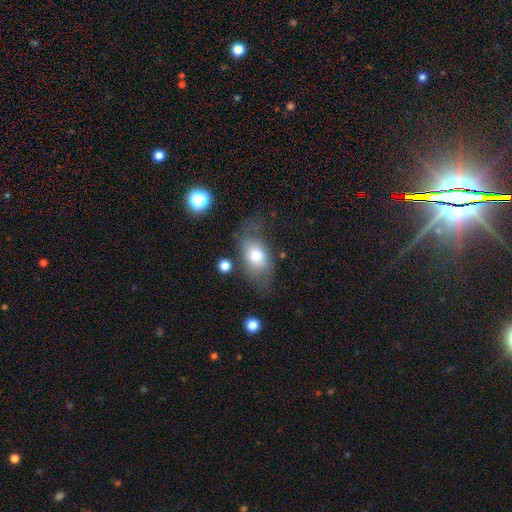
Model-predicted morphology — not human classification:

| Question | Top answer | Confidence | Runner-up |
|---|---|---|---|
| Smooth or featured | smooth | 71% | featured or disk (20%) |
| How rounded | in between | 85% | round (12%) |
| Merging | none | 54% | minor disturbance (25%) |